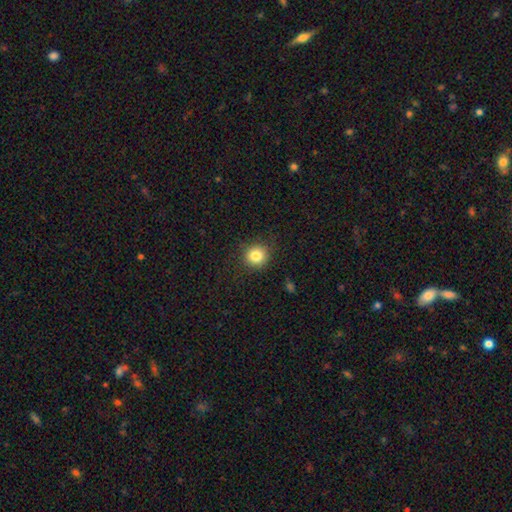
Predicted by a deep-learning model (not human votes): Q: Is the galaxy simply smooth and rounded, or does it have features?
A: smooth — 83%.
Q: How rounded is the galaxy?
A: round — 89%.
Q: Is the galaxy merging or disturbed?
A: none — 87%.